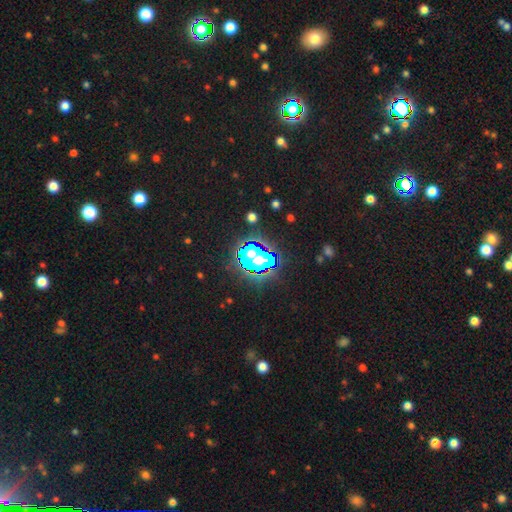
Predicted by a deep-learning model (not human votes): A star or artifact, not a galaxy (80%).

Vote fractions:
- Smooth or featured? star or artifact: 80% / smooth: 12% / featured or disk: 7%